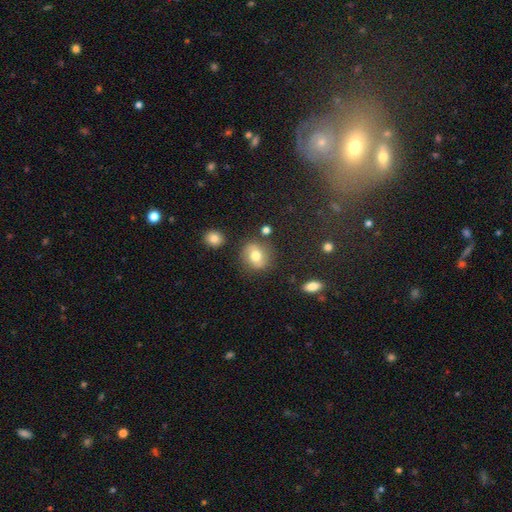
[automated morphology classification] smooth 68%, featured or disk 22%, star or artifact 10%. Down the decision tree: how rounded — round (70%); merging — none (77%).